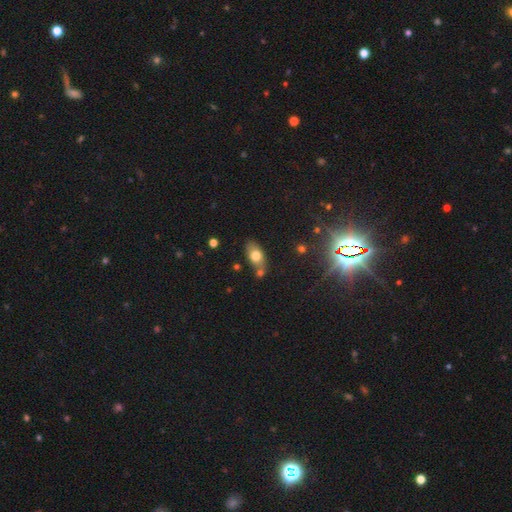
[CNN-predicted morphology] A smooth galaxy with no disk features (71%) that is in between round and cigar-shaped (84%).

Vote fractions:
- Smooth or featured? smooth: 71% / featured or disk: 19% / star or artifact: 9%
- How rounded? in between: 84% / round: 9% / cigar-shaped: 6%
- Merging? none: 63% / merger: 16% / minor disturbance: 16% / major disturbance: 4%